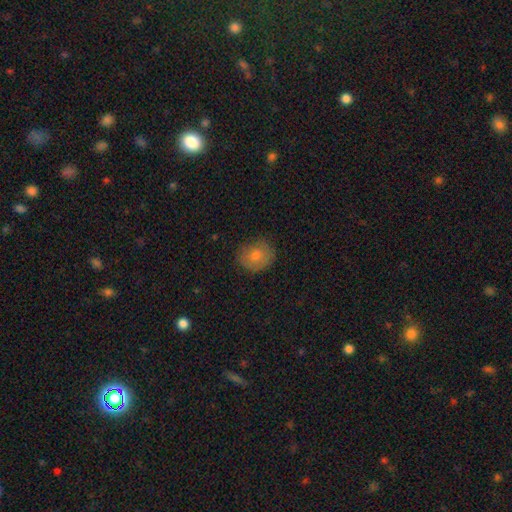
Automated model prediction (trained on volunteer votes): A smooth galaxy with no disk features (72%) that is round (69%).

Vote fractions:
- Smooth or featured? smooth: 72% / featured or disk: 17% / star or artifact: 11%
- How rounded? round: 69% / in between: 30% / cigar-shaped: 1%
- Merging? none: 82% / minor disturbance: 14% / major disturbance: 3% / merger: 1%